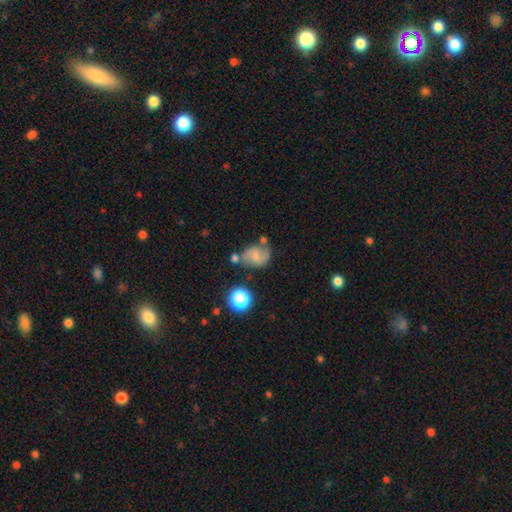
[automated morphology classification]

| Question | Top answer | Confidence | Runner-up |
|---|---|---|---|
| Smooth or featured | smooth | 47% | featured or disk (40%) |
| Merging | none | 53% | minor disturbance (23%) |